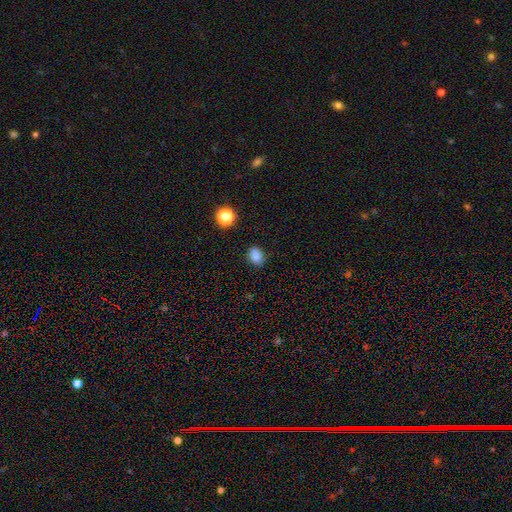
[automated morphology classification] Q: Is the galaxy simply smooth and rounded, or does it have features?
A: smooth — 84%.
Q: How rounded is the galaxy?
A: in between — 64%.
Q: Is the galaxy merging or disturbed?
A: none — 85%.